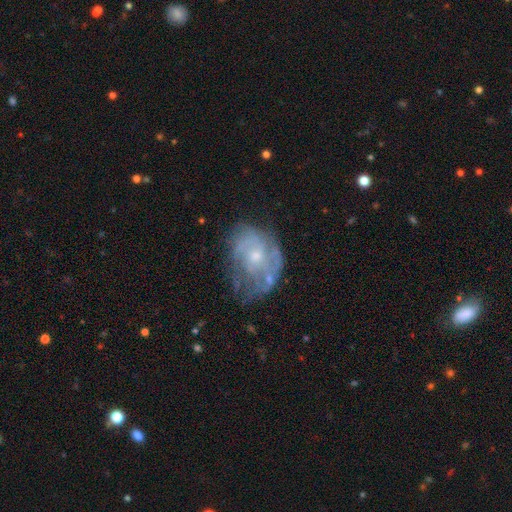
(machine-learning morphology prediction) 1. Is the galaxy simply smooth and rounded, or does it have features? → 73% featured or disk, 19% smooth, 8% star or artifact.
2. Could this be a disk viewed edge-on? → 97% no, 3% yes.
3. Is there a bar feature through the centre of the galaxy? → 75% no, 22% weak, 3% strong.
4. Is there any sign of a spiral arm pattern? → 74% yes, 26% no.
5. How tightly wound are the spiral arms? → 48% tight, 36% medium, 16% loose.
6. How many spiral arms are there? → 46% can't tell, 27% 2, 13% 3, 7% 1, 5% 4, 3% more than 4.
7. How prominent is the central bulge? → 53% small, 40% moderate, 4% none, 2% large, 1% dominant.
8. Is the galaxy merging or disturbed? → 50% none, 28% minor disturbance, 19% major disturbance, 4% merger.